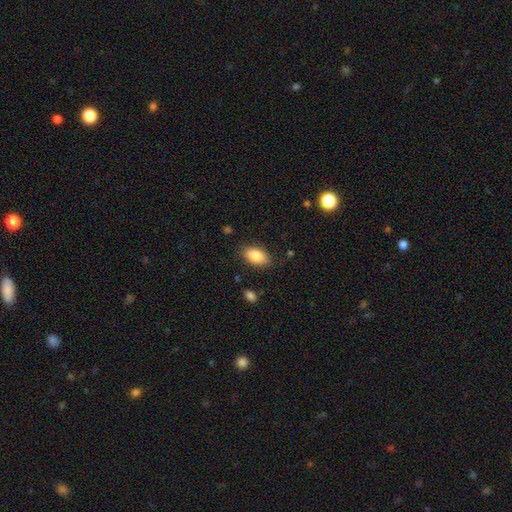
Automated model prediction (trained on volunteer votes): A smooth galaxy with no disk features (86%) that is in between round and cigar-shaped (92%). Merging: none (83%).